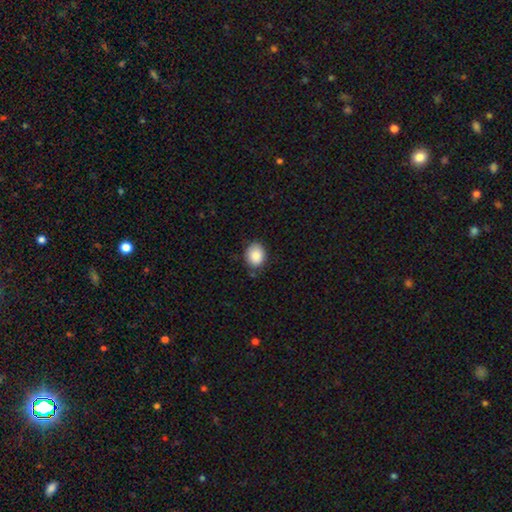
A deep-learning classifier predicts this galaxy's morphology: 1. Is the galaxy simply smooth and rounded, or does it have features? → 88% smooth, 8% star or artifact, 4% featured or disk.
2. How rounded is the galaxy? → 50% in between, 49% round, 1% cigar-shaped.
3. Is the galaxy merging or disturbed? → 77% none, 18% minor disturbance, 3% major disturbance, 2% merger.